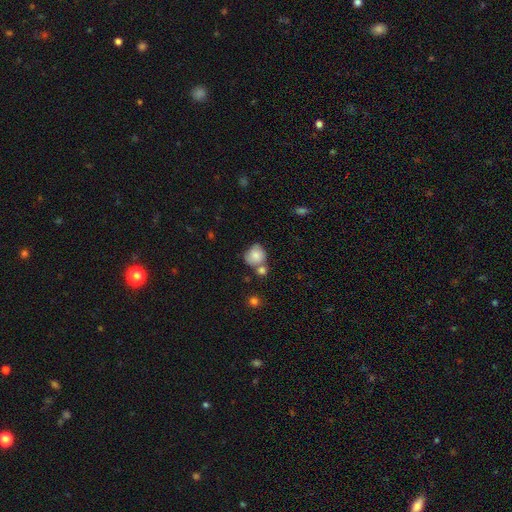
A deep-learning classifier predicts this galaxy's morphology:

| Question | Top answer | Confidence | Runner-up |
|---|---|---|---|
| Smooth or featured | smooth | 79% | featured or disk (13%) |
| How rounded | round | 77% | in between (22%) |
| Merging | none | 47% | merger (27%) |